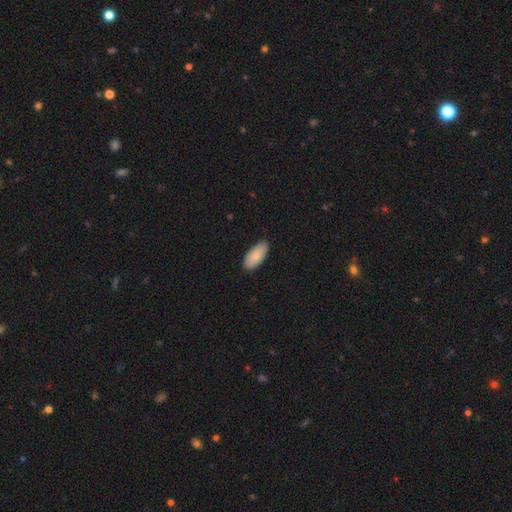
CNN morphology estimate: smooth_or_featured: smooth (p=0.84) [alt: featured or disk p=0.10]
how_rounded: in between (p=0.92) [alt: cigar-shaped p=0.06]
merging: none (p=0.87) [alt: minor disturbance p=0.10]